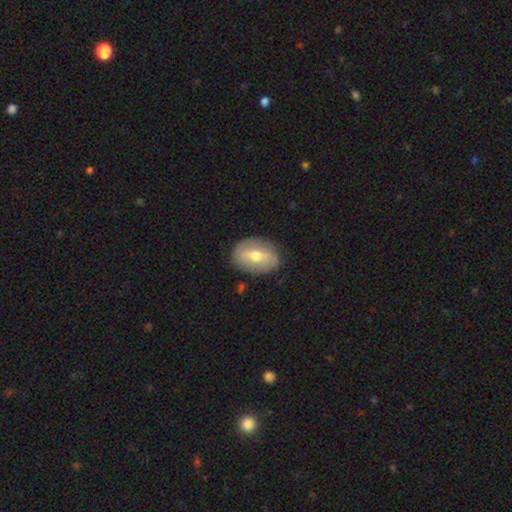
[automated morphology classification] smooth_or_featured: featured or disk (p=0.52) [alt: smooth p=0.42]
disk_edge_on: no (p=0.91) [alt: yes p=0.09]
merging: none (p=0.81) [alt: minor disturbance p=0.14]